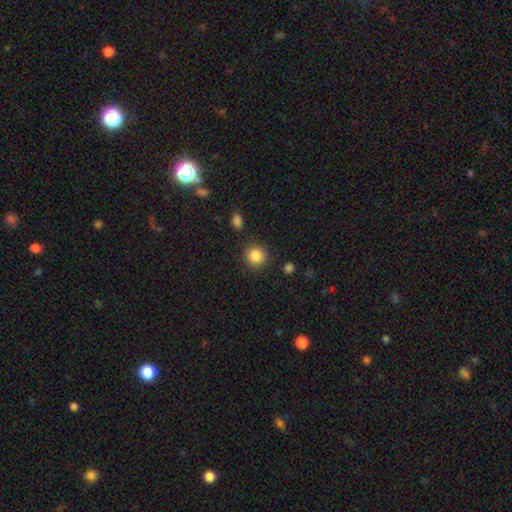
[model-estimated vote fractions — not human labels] smooth-or-featured: smooth: 87% | star or artifact: 10% | featured or disk: 4%
  how-rounded: round: 91% | in between: 8% | cigar-shaped: 1%
  merging: none: 87% | minor disturbance: 8% | major disturbance: 3% | merger: 2%